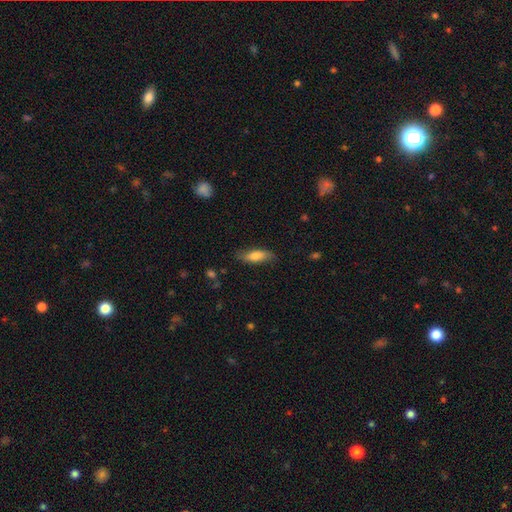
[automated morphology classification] smooth 76%, featured or disk 17%, star or artifact 6%. Down the decision tree: how rounded — in between (59%); merging — none (79%).